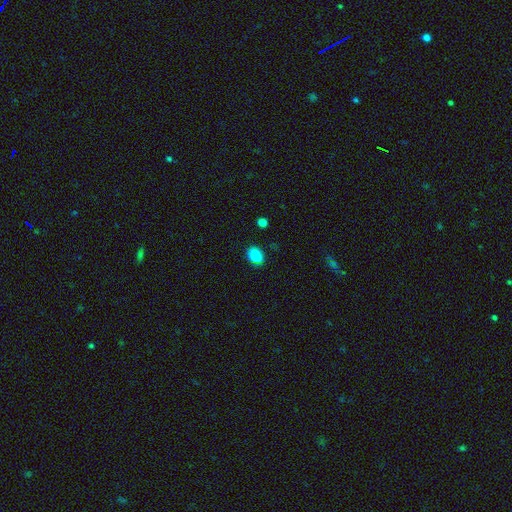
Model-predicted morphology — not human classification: smooth-or-featured: smooth: 86% | star or artifact: 9% | featured or disk: 5%
  how-rounded: in between: 68% | round: 31% | cigar-shaped: 1%
  merging: none: 82% | minor disturbance: 13% | major disturbance: 3% | merger: 2%